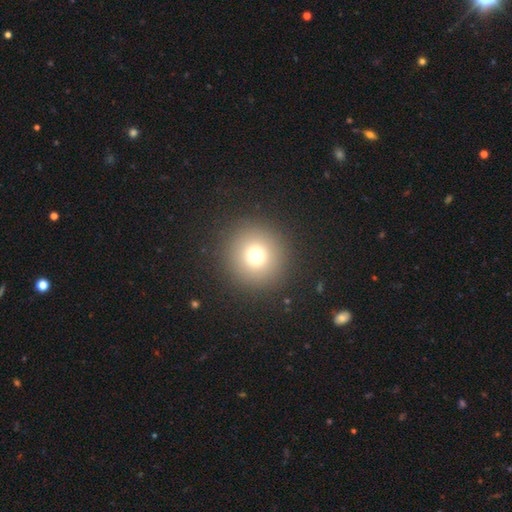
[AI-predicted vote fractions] A smooth galaxy with no disk features (73%) that is round (96%).

Vote fractions:
- Smooth or featured? smooth: 73% / star or artifact: 17% / featured or disk: 10%
- How rounded? round: 96% / in between: 3% / cigar-shaped: 1%
- Merging? none: 91% / minor disturbance: 5% / major disturbance: 3% / merger: 1%